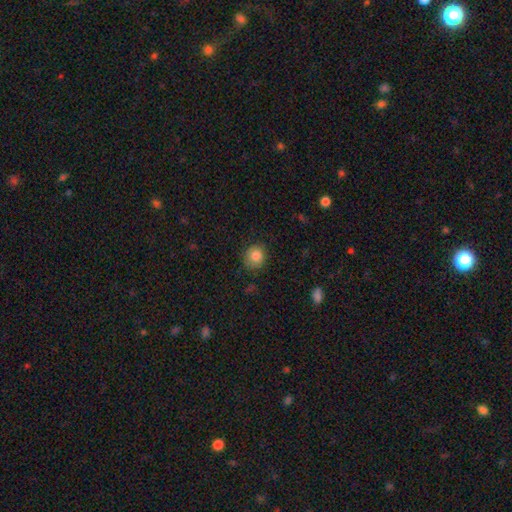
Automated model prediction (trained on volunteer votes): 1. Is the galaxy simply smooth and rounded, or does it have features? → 84% smooth, 10% star or artifact, 6% featured or disk.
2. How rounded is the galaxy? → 80% round, 19% in between, 1% cigar-shaped.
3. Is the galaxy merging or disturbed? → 81% none, 14% minor disturbance, 3% major disturbance, 1% merger.